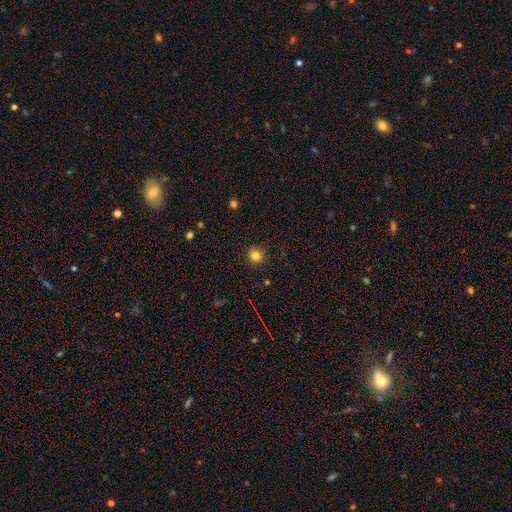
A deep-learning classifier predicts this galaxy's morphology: Smooth or featured? smooth (79%)
How rounded? round (91%)
Merging? none (85%)